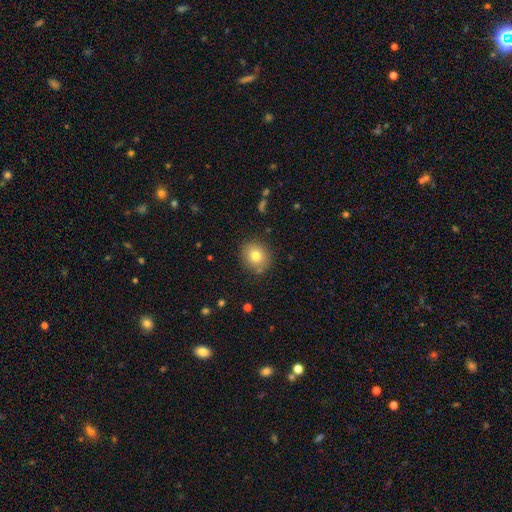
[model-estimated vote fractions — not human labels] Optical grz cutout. It shows a smooth galaxy with no disk features (78%) that is round (75%). Merging: none (84%).